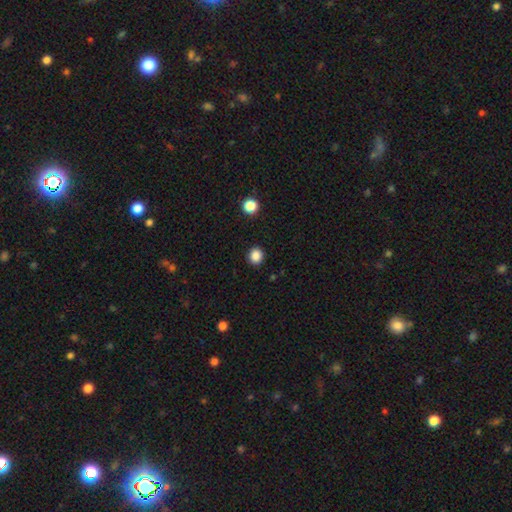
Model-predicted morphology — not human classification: Smooth or featured? Predicted: smooth (p=0.86). How rounded? Predicted: round (p=0.86). Merging? Predicted: none (p=0.91).